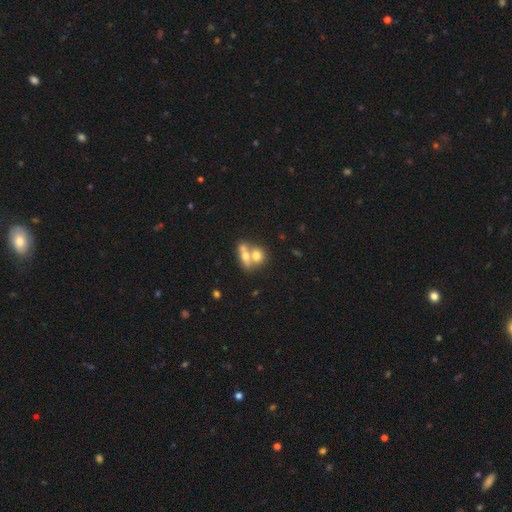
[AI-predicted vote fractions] Smooth or featured: smooth — 55% (featured or disk — 31%)
How rounded: in between — 49% (round — 43%)
Merging: merger — 64% (none — 26%)